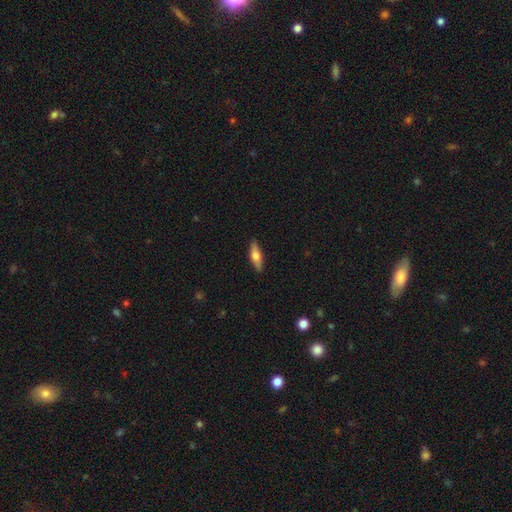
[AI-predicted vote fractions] Q: Smooth or featured?
A: smooth (57%); runner-up: featured or disk (37%)
Q: How rounded?
A: cigar-shaped (53%); runner-up: in between (45%)
Q: Merging?
A: none (88%); runner-up: minor disturbance (9%)